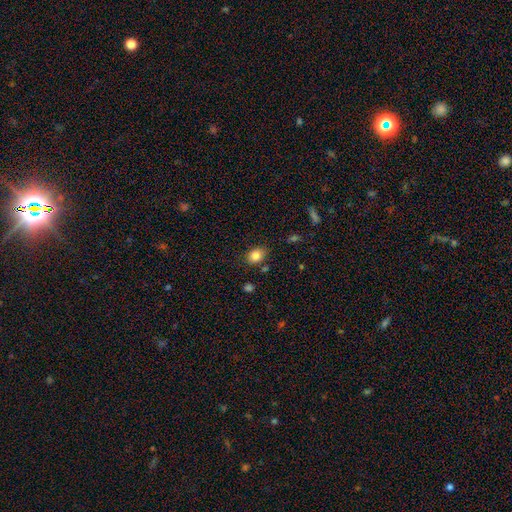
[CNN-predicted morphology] smooth 84%, star or artifact 9%, featured or disk 7%. Down the decision tree: how rounded — in between (69%); merging — none (80%).